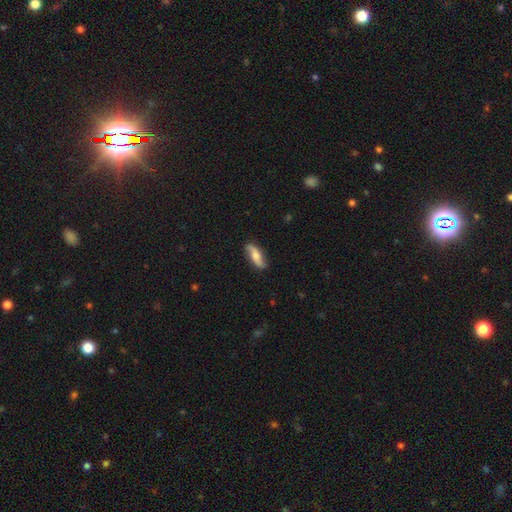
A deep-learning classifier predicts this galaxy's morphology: smooth-or-featured: featured or disk: 59% | smooth: 34% | star or artifact: 7%
  disk-edge-on: no: 81% | yes: 19%
  merging: none: 81% | minor disturbance: 14% | major disturbance: 3% | merger: 2%